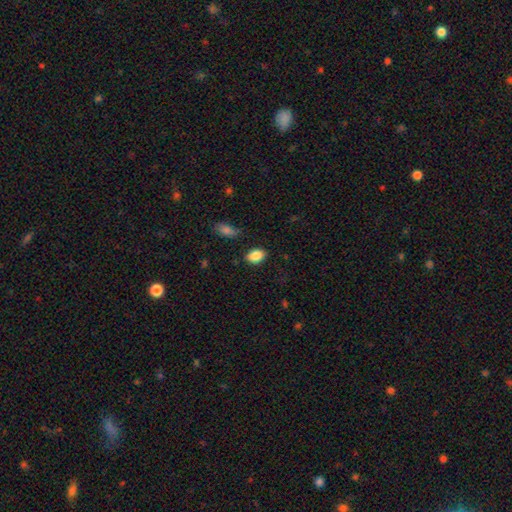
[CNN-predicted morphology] type=smooth (87%); roundness=in between (80%); merging=none (84%).